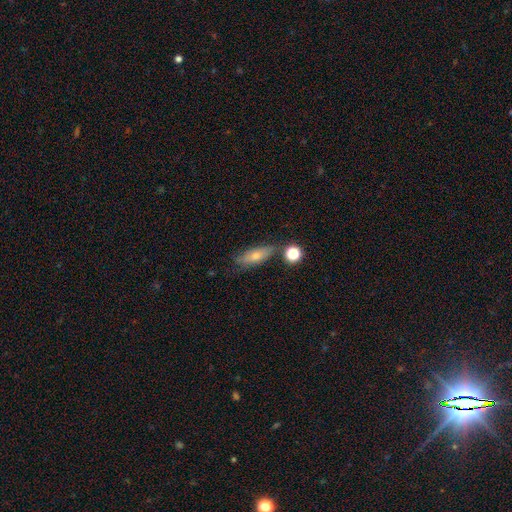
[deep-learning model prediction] The model was most divided on "how rounded": in between: 58%, cigar-shaped: 37%, round: 6%. More confident: merging — none (70%); smooth or featured — smooth (59%).